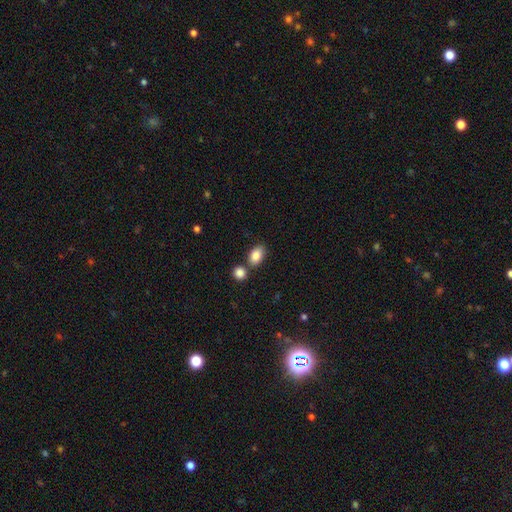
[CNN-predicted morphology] Smooth or featured?
  - smooth: 86% *
  - star or artifact: 8%
  - featured or disk: 6%
How rounded?
  - in between: 86% *
  - round: 12%
  - cigar-shaped: 2%
Merging?
  - none: 64% *
  - merger: 22%
  - minor disturbance: 11%
  - major disturbance: 3%